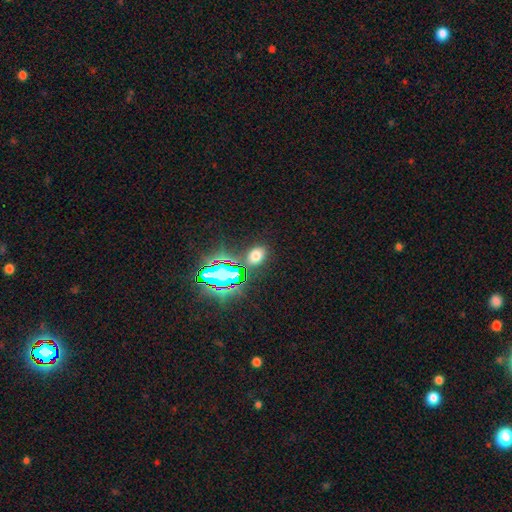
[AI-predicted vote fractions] smooth_or_featured: smooth (p=0.62) [alt: star or artifact p=0.30]
how_rounded: in between (p=0.73) [alt: round p=0.25]
merging: none (p=0.80) [alt: minor disturbance p=0.11]